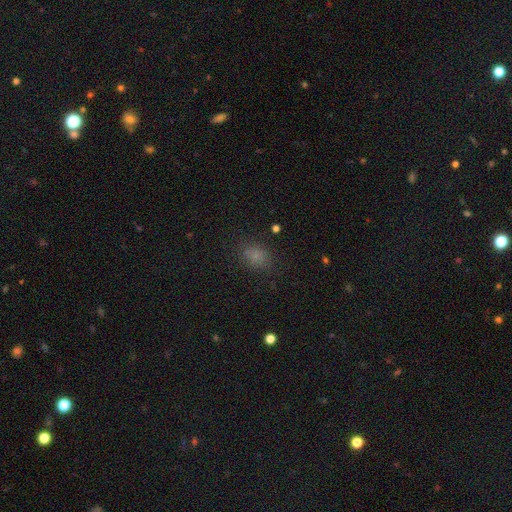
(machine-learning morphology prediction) Smooth or featured? Predicted: smooth (p=0.77). How rounded? Predicted: in between (p=0.54). Merging? Predicted: none (p=0.80).